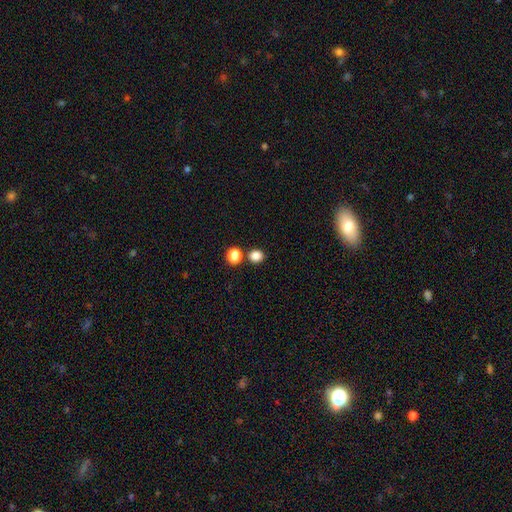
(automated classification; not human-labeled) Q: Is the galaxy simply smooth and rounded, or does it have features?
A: smooth — 83%.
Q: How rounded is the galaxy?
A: round — 79%.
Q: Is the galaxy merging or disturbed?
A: none — 79%.